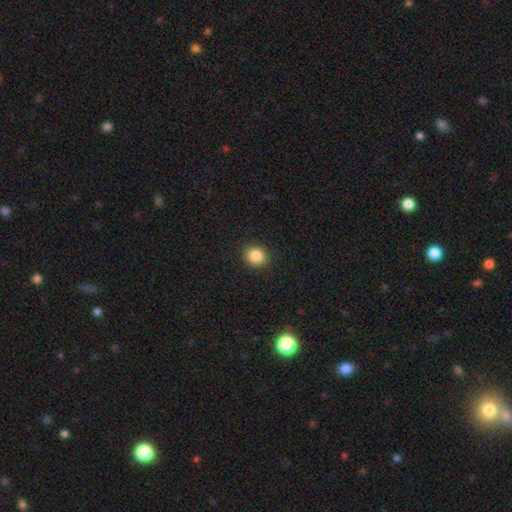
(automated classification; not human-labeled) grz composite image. It shows a smooth galaxy with no disk features (86%) that is round (76%). Merging: none (90%).